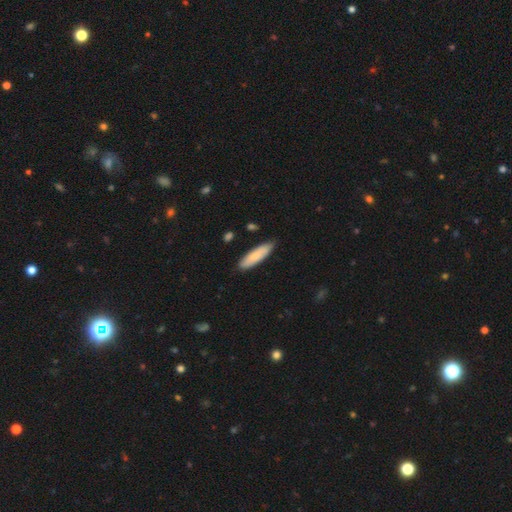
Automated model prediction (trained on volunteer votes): A smooth galaxy with no disk features (81%) that is cigar-shaped (58%). Merging: none (85%).